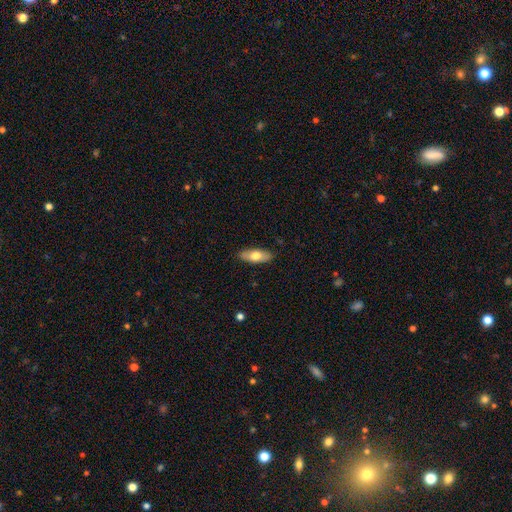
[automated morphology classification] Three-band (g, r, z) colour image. It shows a smooth galaxy with no disk features (68%) that is in between round and cigar-shaped (76%). Merging: none (87%).